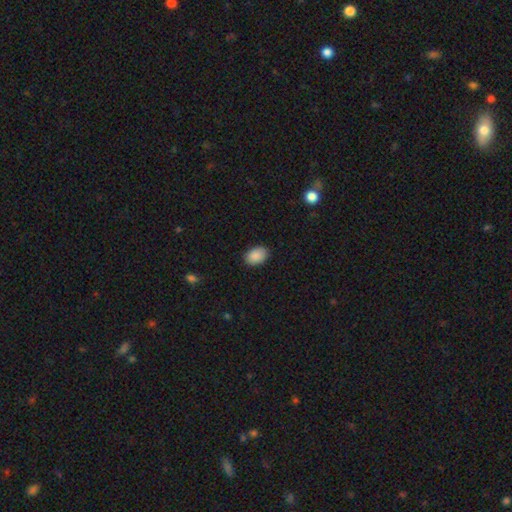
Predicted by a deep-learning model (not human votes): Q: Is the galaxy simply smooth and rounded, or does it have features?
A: smooth — 90%.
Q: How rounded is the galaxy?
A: in between — 85%.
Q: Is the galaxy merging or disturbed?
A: none — 87%.